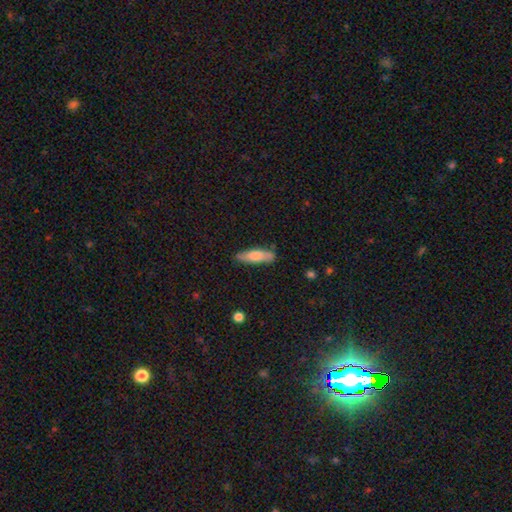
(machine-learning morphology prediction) This appears to be a smooth galaxy with no disk features (66%) that is cigar-shaped (62%). Merging: none (82%).